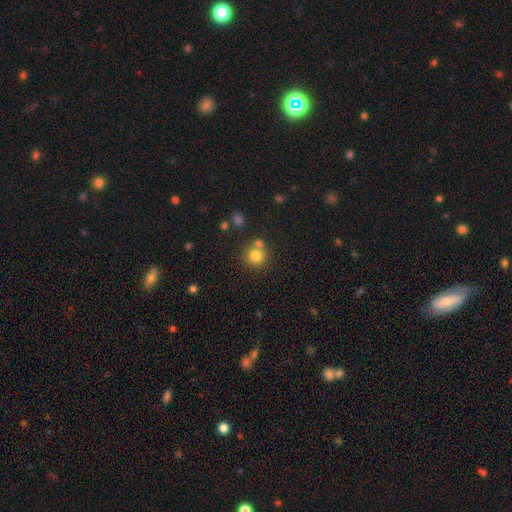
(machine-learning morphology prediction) Overall: smooth (79%). How rounded: round (92%). Merging: none (68%).